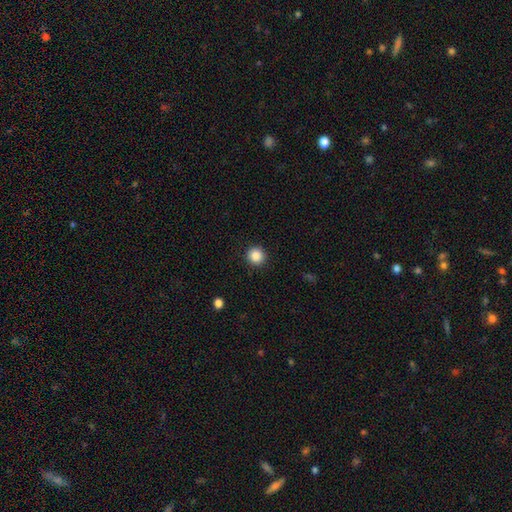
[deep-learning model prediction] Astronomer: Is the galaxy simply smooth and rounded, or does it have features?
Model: smooth — 87%.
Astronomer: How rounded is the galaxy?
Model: round — 95%.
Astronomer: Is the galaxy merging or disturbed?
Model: none — 93%.